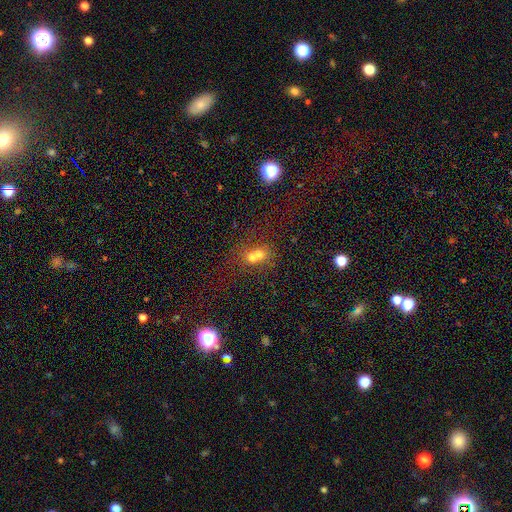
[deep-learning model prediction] Q: Smooth or featured?
A: smooth (62%); runner-up: featured or disk (22%)
Q: How rounded?
A: round (71%); runner-up: in between (28%)
Q: Merging?
A: merger (68%); runner-up: none (24%)